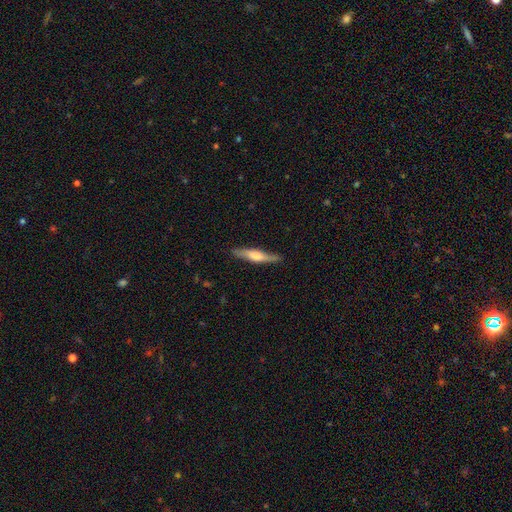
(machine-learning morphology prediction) type=featured or disk (48%); merging=none (85%).